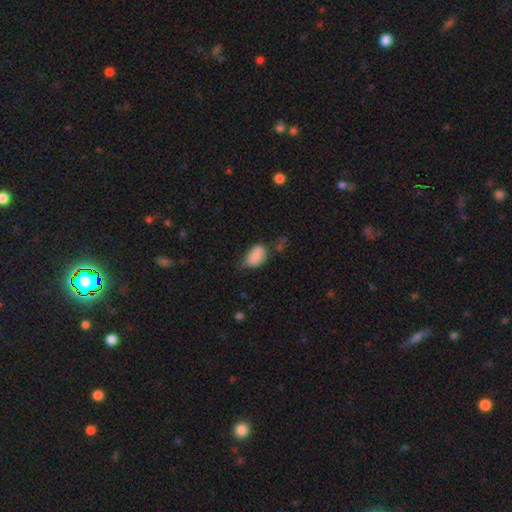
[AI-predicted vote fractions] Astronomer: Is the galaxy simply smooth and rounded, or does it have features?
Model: smooth — 82%.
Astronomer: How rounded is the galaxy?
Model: in between — 89%.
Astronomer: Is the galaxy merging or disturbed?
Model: minor disturbance — 41% (runner-up: none, 36%).